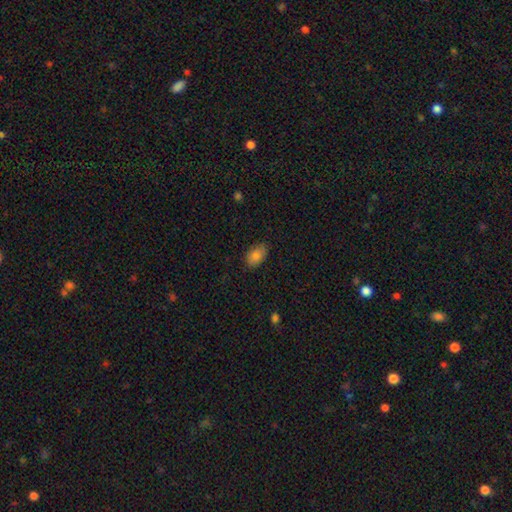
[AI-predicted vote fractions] Smooth or featured: smooth — 83% (featured or disk — 9%)
How rounded: in between — 89% (round — 9%)
Merging: none — 82% (minor disturbance — 14%)